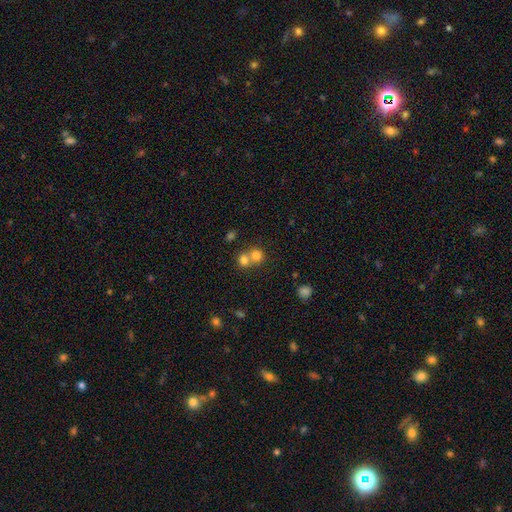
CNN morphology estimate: Smooth or featured? Predicted: smooth (p=0.75). How rounded? Predicted: round (p=0.83). Merging? Predicted: merger (p=0.55).